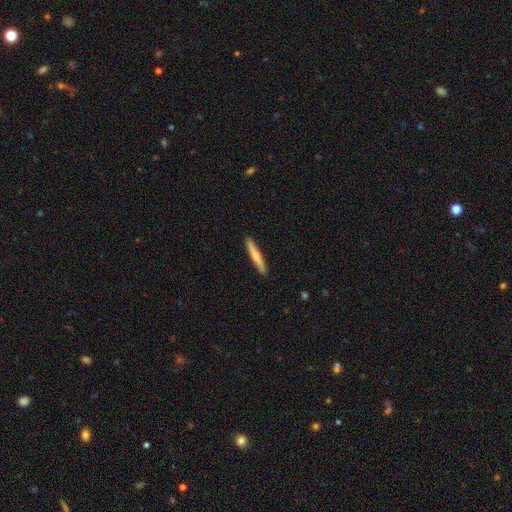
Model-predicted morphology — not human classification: Smooth or featured? smooth (54%)
How rounded? cigar-shaped (95%)
Merging? none (91%)